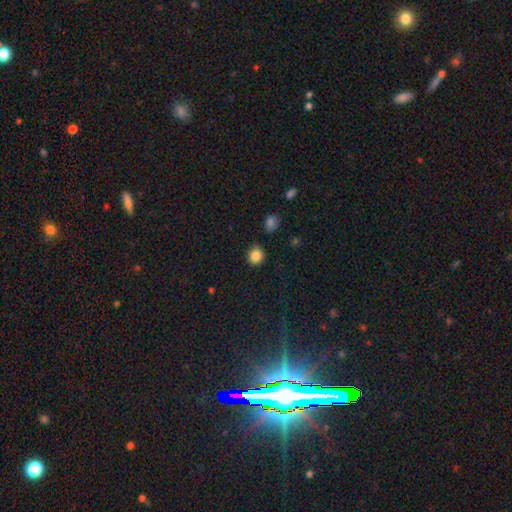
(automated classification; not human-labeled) smooth-or-featured: smooth: 86% | star or artifact: 10% | featured or disk: 4%
  how-rounded: round: 85% | in between: 14% | cigar-shaped: 1%
  merging: none: 86% | minor disturbance: 9% | merger: 2% | major disturbance: 2%